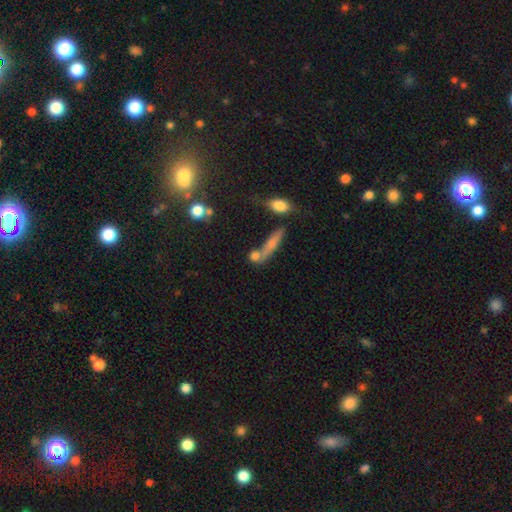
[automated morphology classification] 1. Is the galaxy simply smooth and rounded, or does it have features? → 45% smooth, 29% star or artifact, 26% featured or disk.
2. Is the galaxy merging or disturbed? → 56% none, 24% merger, 12% minor disturbance, 8% major disturbance.